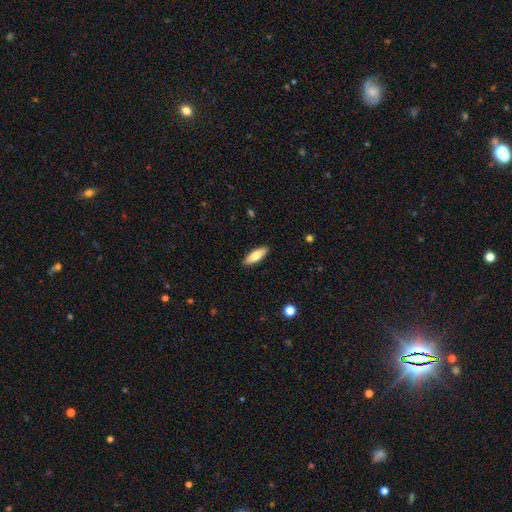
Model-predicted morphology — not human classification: The model was most divided on "how rounded": in between: 58%, cigar-shaped: 40%, round: 2%. More confident: merging — none (90%); smooth or featured — smooth (73%).